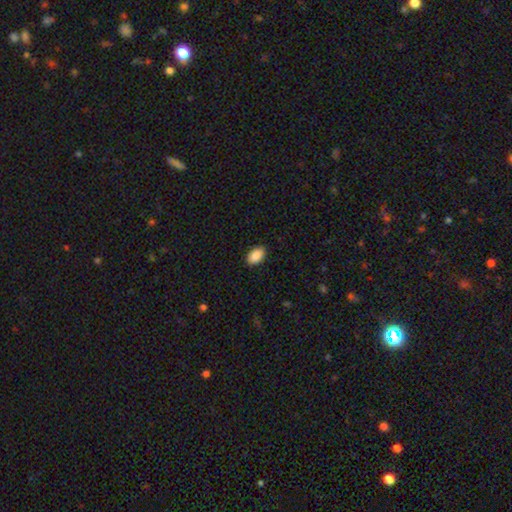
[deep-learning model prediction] The model was most divided on "merging": none: 89%, minor disturbance: 8%, major disturbance: 2%, merger: 1%. More confident: how rounded — in between (92%); smooth or featured — smooth (90%).